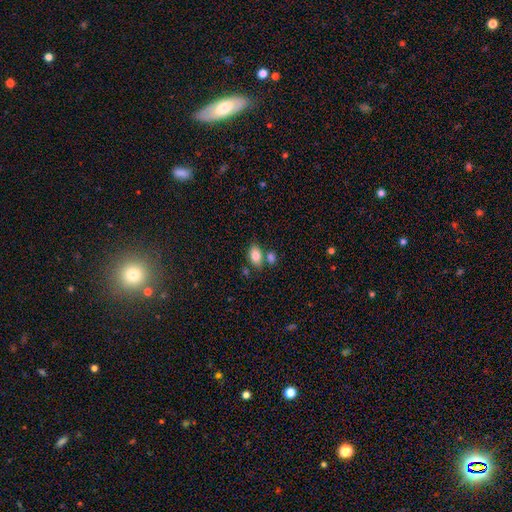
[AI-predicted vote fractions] Smooth or featured: smooth — 83% (featured or disk — 10%)
How rounded: in between — 88% (round — 10%)
Merging: none — 62% (merger — 22%)